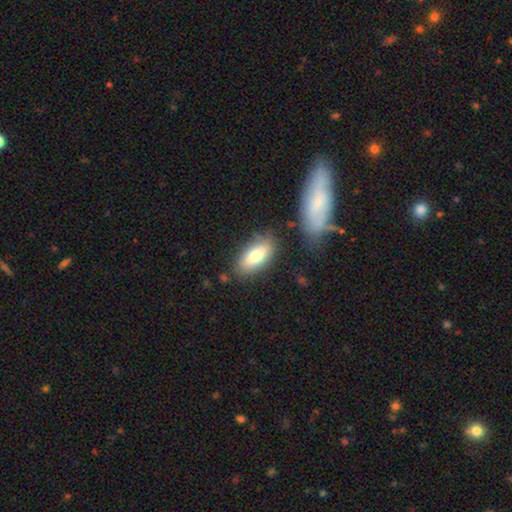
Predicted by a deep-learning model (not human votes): smooth_or_featured: smooth (p=0.75) [alt: featured or disk p=0.17]
how_rounded: in between (p=0.85) [alt: cigar-shaped p=0.12]
merging: none (p=0.77) [alt: minor disturbance p=0.14]